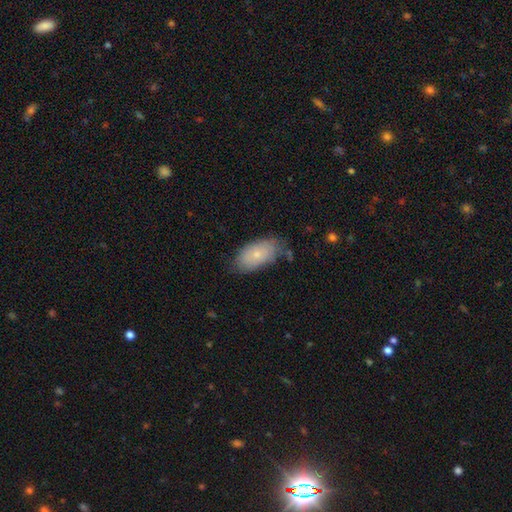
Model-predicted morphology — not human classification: Smooth or featured? smooth (70%)
How rounded? in between (93%)
Merging? none (68%)